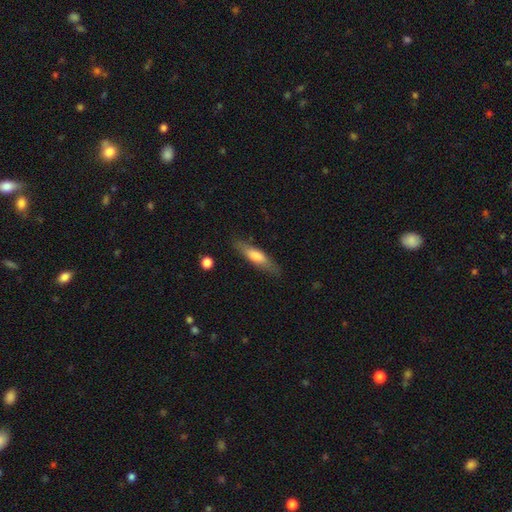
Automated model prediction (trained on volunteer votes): smooth 64%, featured or disk 30%, star or artifact 6%. Down the decision tree: how rounded — cigar-shaped (70%); merging — none (79%).